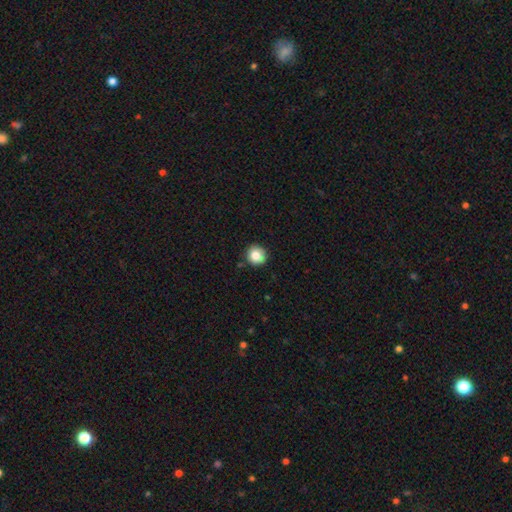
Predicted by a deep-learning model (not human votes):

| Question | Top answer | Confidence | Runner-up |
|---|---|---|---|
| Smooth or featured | smooth | 84% | star or artifact (10%) |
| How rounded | round | 91% | in between (8%) |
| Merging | none | 88% | minor disturbance (8%) |